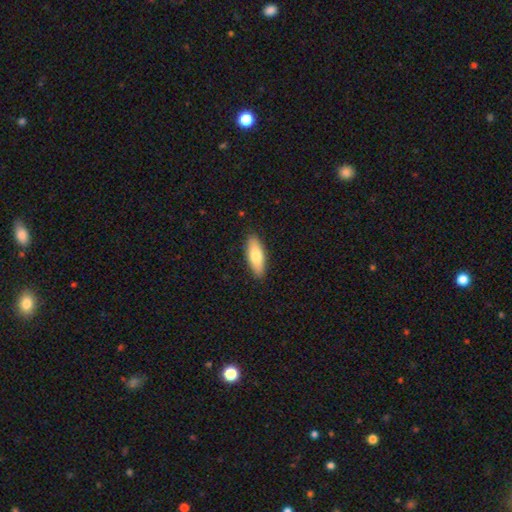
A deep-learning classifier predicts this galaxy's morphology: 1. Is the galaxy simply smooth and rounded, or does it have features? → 77% smooth, 18% featured or disk, 6% star or artifact.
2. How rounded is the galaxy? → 64% in between, 34% cigar-shaped, 2% round.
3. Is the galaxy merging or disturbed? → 89% none, 9% minor disturbance, 2% major disturbance, 1% merger.